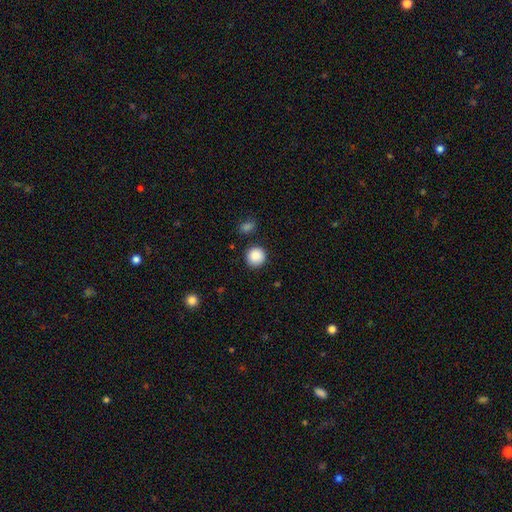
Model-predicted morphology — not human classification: Smooth or featured? Predicted: smooth (p=0.89). How rounded? Predicted: round (p=0.93). Merging? Predicted: none (p=0.87).